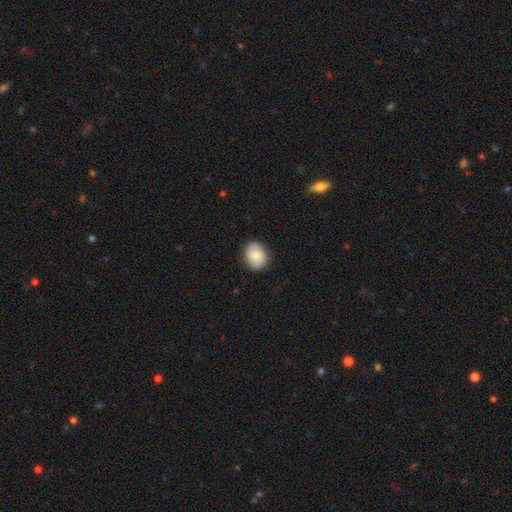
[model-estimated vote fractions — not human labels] The model was most divided on "how rounded": in between: 52%, round: 47%, cigar-shaped: 1%. More confident: merging — none (86%); smooth or featured — smooth (80%).